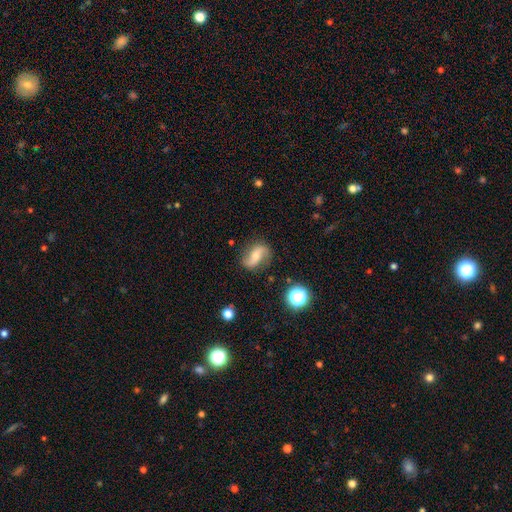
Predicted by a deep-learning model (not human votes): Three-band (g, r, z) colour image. It shows a featured or disk galaxy (71%) with no bar (41%), 2 (91%) loose (72%) spiral arms (92%) and a moderate central bulge (46%). Merging: none (79%).